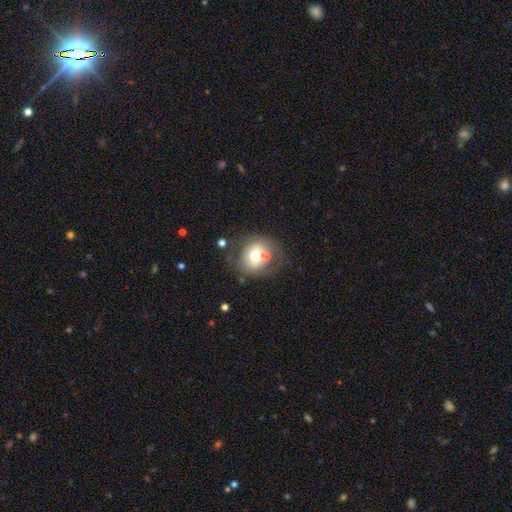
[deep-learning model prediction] Smooth or featured: smooth — 55% (featured or disk — 34%)
How rounded: round — 74% (in between — 25%)
Merging: none — 51% (merger — 21%)